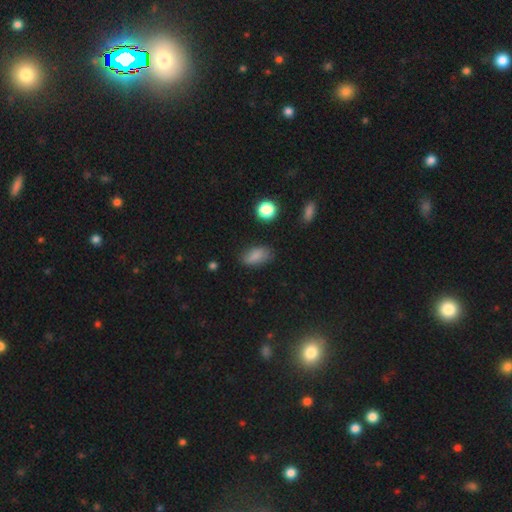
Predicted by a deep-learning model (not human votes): smooth 81%, star or artifact 10%, featured or disk 8%. Down the decision tree: how rounded — in between (90%); merging — none (72%).